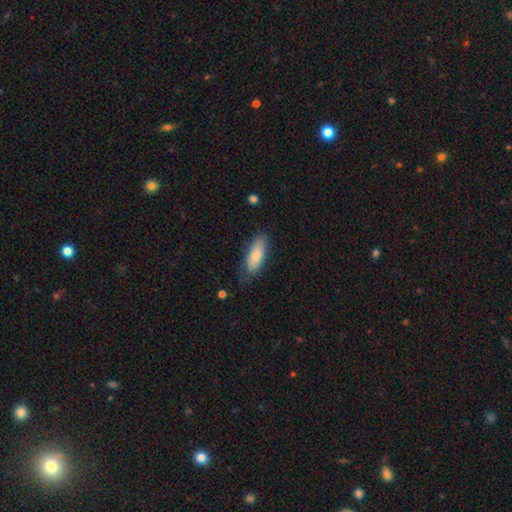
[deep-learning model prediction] Smooth or featured?
  - smooth: 81% *
  - featured or disk: 13%
  - star or artifact: 6%
How rounded?
  - in between: 76% *
  - cigar-shaped: 23%
  - round: 2%
Merging?
  - none: 71% *
  - minor disturbance: 22%
  - major disturbance: 6%
  - merger: 2%